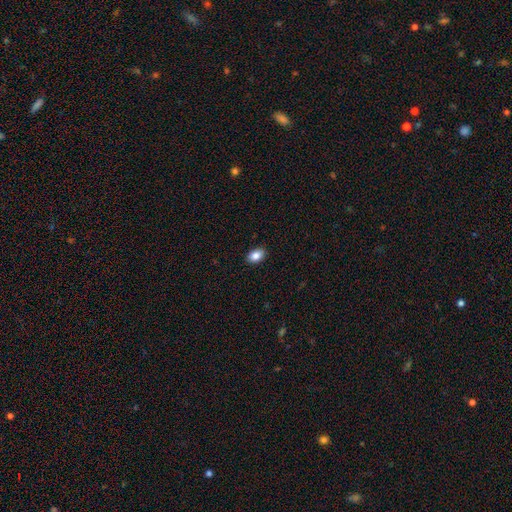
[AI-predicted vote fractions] smooth 86%, star or artifact 8%, featured or disk 6%. Down the decision tree: how rounded — in between (84%); merging — none (90%).